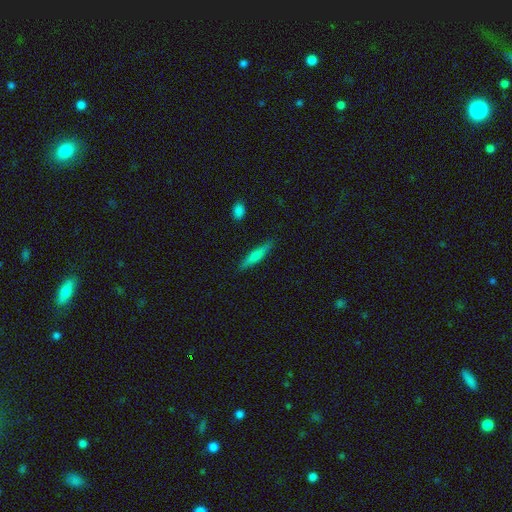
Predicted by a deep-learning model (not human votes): Smooth or featured? smooth (68%)
How rounded? cigar-shaped (87%)
Merging? none (87%)